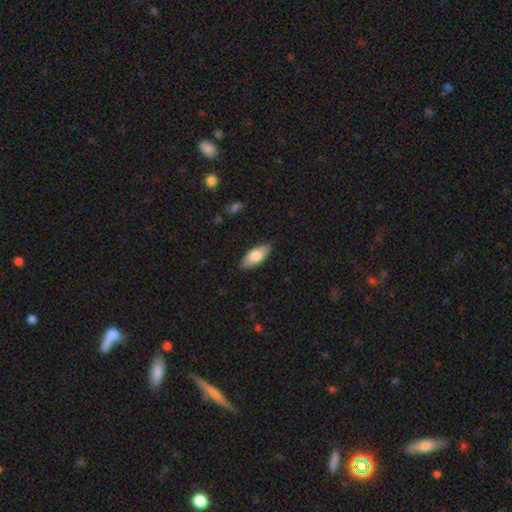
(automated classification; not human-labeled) smooth_or_featured: smooth (p=0.78) [alt: featured or disk p=0.16]
how_rounded: in between (p=0.86) [alt: cigar-shaped p=0.12]
merging: none (p=0.86) [alt: minor disturbance p=0.11]